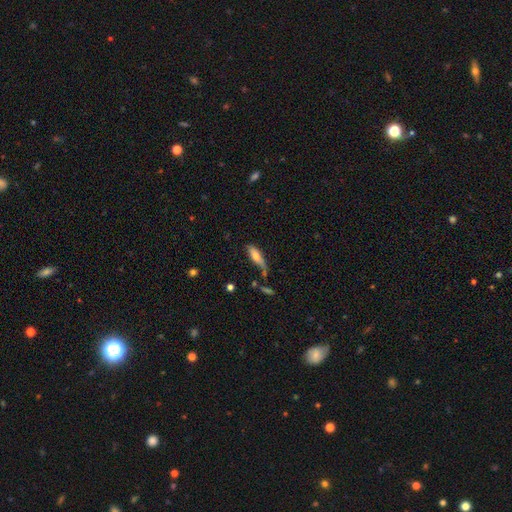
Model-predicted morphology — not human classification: Overall: smooth (67%). How rounded: cigar-shaped (50%; in between 47%). Merging: none (46%; minor disturbance 28%).